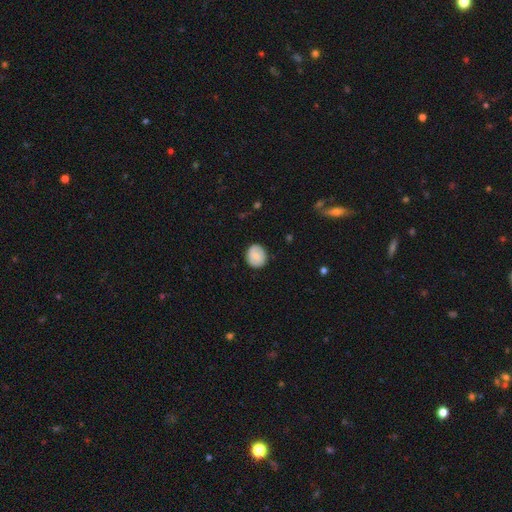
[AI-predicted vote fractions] The model was most divided on "how rounded": round: 68%, in between: 31%, cigar-shaped: 1%. More confident: merging — none (85%); smooth or featured — smooth (71%).